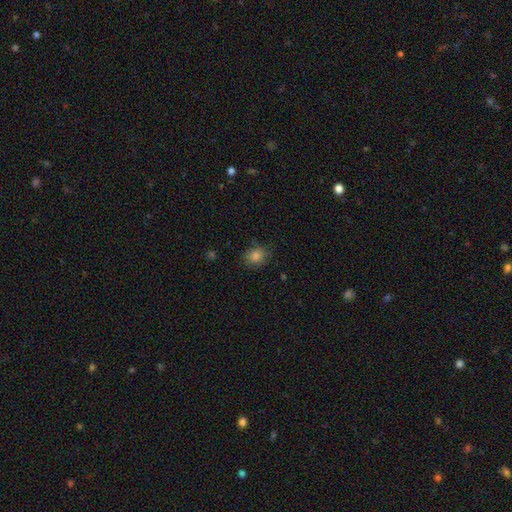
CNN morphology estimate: type=smooth (79%); roundness=round (70%); merging=none (80%).